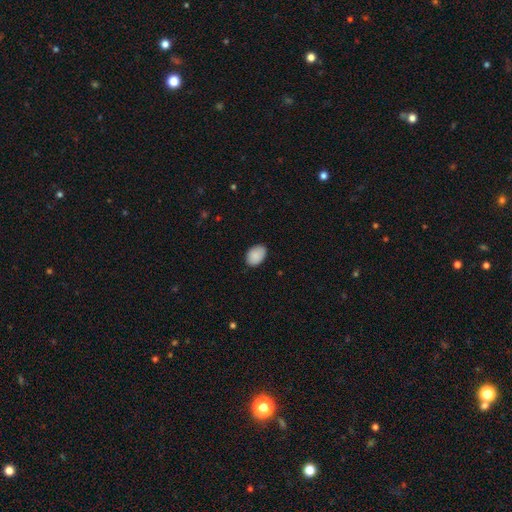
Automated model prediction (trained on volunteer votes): Smooth or featured: smooth — 90% (star or artifact — 7%)
How rounded: in between — 84% (round — 15%)
Merging: none — 83% (minor disturbance — 14%)